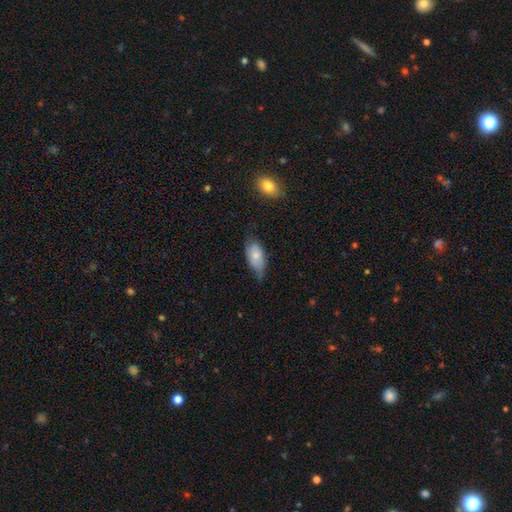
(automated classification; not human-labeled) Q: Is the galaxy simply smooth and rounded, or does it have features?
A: smooth — 70%.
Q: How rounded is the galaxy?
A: in between — 91%.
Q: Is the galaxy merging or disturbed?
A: none — 51%.